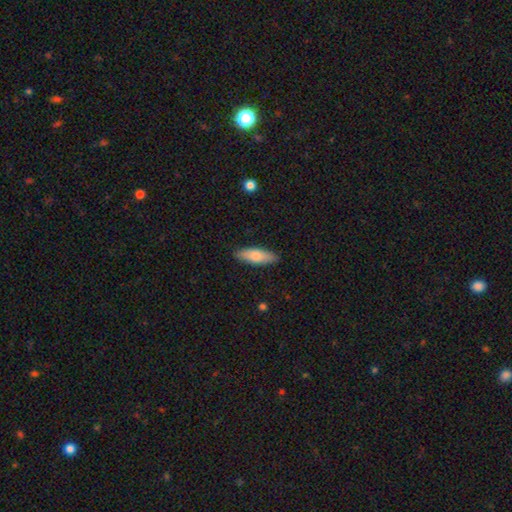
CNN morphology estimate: A smooth galaxy with no disk features (73%) that is in between round and cigar-shaped (60%). Merging: none (89%).